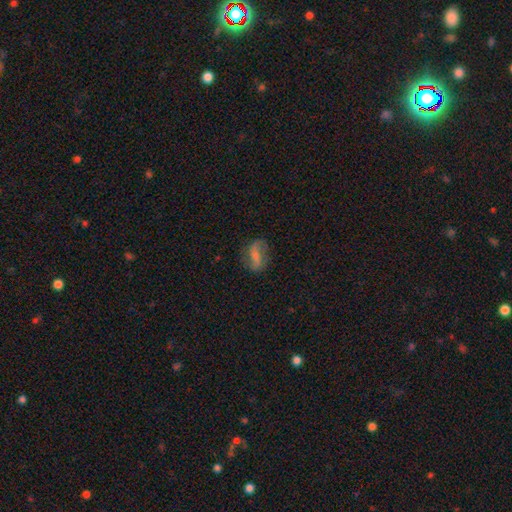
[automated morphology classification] Smooth or featured?
  - featured or disk: 52% *
  - smooth: 38%
  - star or artifact: 10%
Edge-on disk?
  - no: 95% *
  - yes: 5%
Merging?
  - none: 69% *
  - minor disturbance: 19%
  - major disturbance: 10%
  - merger: 2%